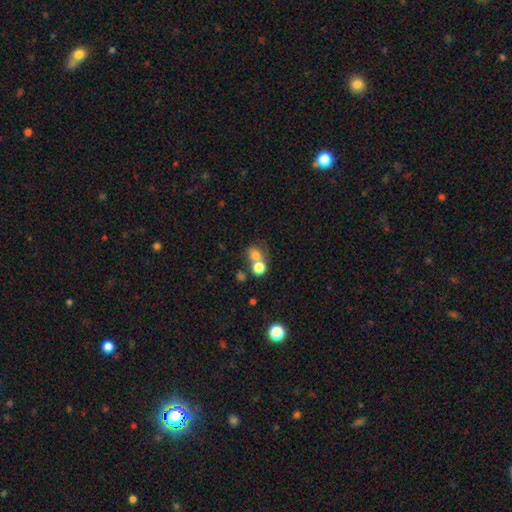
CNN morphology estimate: A smooth galaxy with no disk features (73%) that is round (67%). Merging: merger (48%).